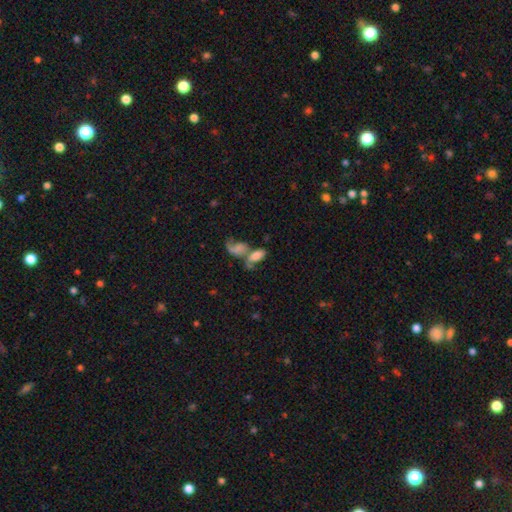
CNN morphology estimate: Smooth or featured? smooth (68%)
How rounded? in between (89%)
Merging? merger (62%)